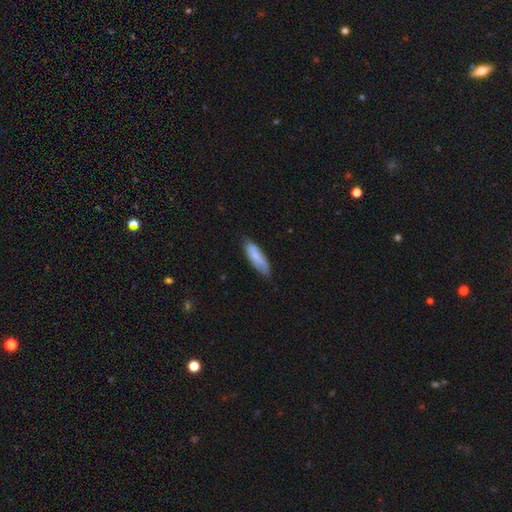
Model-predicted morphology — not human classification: A smooth galaxy with no disk features (72%) that is in between round and cigar-shaped (57%).

Vote fractions:
- Smooth or featured? smooth: 72% / featured or disk: 23% / star or artifact: 6%
- How rounded? in between: 57% / cigar-shaped: 42% / round: 2%
- Merging? none: 71% / minor disturbance: 24% / major disturbance: 4% / merger: 2%